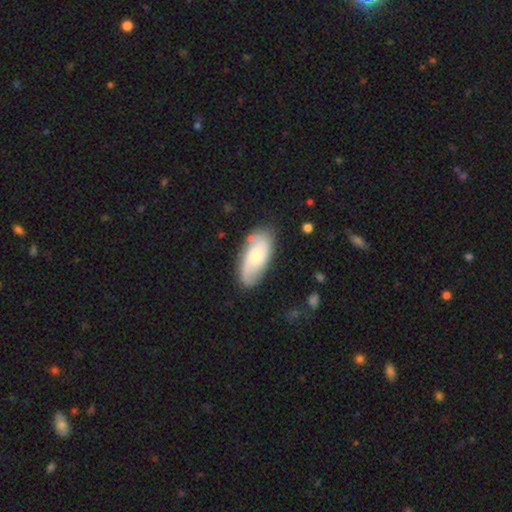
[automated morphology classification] A featured or disk galaxy (52%).

Vote fractions:
- Smooth or featured? featured or disk: 52% / smooth: 42% / star or artifact: 6%
- Edge-on disk? no: 91% / yes: 9%
- Merging? none: 76% / minor disturbance: 17% / major disturbance: 5% / merger: 2%